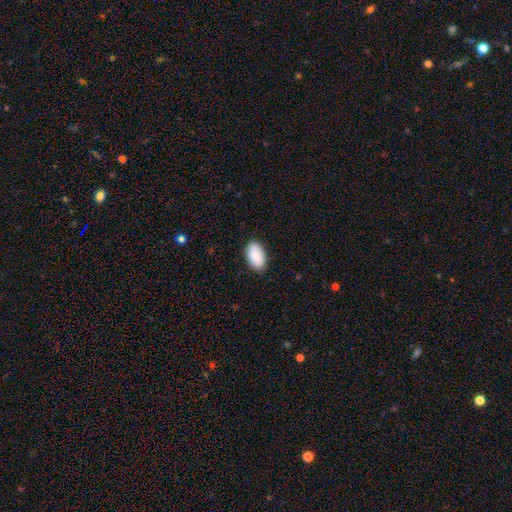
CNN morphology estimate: Overall: smooth (88%). How rounded: in between (95%). Merging: none (86%).